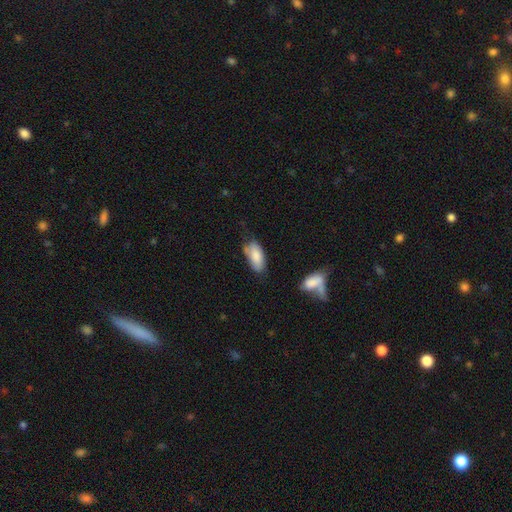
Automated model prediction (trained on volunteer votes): Morphology: type=smooth (83%); roundness=in between (90%); merging=none (52%).